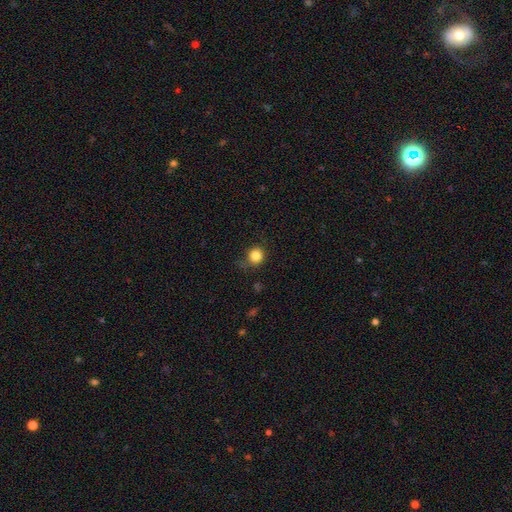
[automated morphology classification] A smooth galaxy with no disk features (84%) that is round (90%).

Vote fractions:
- Smooth or featured? smooth: 84% / star or artifact: 12% / featured or disk: 5%
- How rounded? round: 90% / in between: 9% / cigar-shaped: 1%
- Merging? none: 76% / minor disturbance: 17% / major disturbance: 5% / merger: 2%